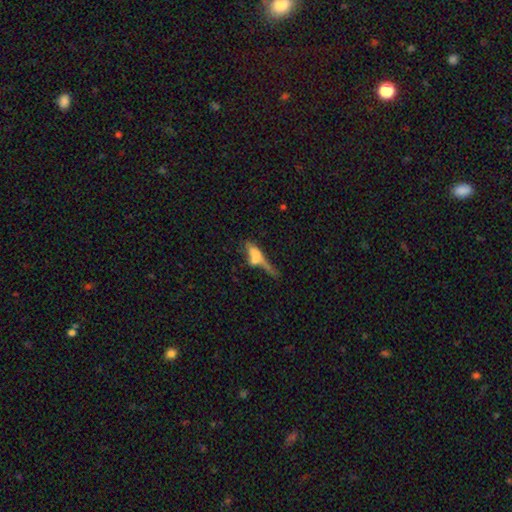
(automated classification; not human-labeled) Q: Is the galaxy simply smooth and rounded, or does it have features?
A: smooth — 50%.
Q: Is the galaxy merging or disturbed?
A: merger — 45%.